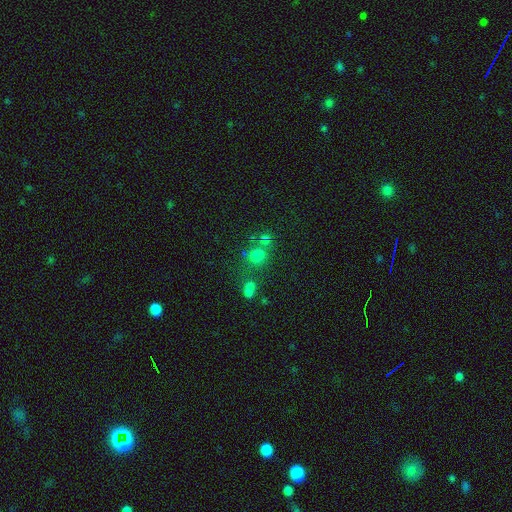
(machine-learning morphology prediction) The model was most divided on "merging": none: 48%, merger: 33%, minor disturbance: 11%, major disturbance: 7%. More confident: how rounded — round (68%); smooth or featured — smooth (61%).